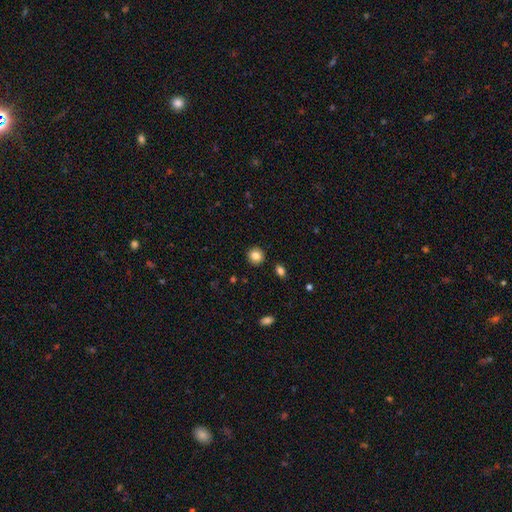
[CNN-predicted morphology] Smooth or featured?
  - smooth: 84% *
  - star or artifact: 10%
  - featured or disk: 6%
How rounded?
  - round: 90% *
  - in between: 9%
  - cigar-shaped: 1%
Merging?
  - none: 91% *
  - minor disturbance: 5%
  - merger: 2%
  - major disturbance: 2%